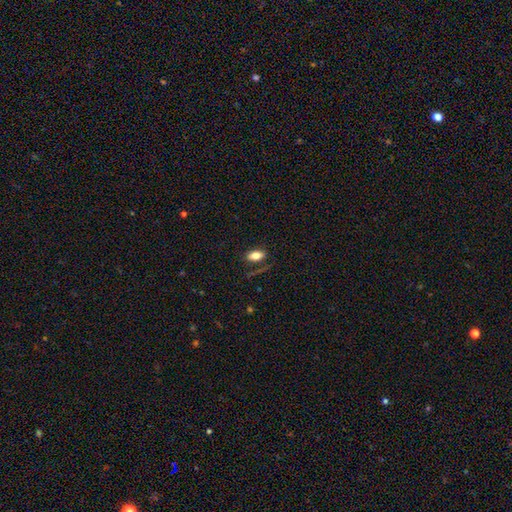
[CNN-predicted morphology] smooth-or-featured: smooth: 80% | featured or disk: 11% | star or artifact: 9%
  how-rounded: in between: 88% | cigar-shaped: 7% | round: 5%
  merging: none: 80% | minor disturbance: 13% | major disturbance: 5% | merger: 3%